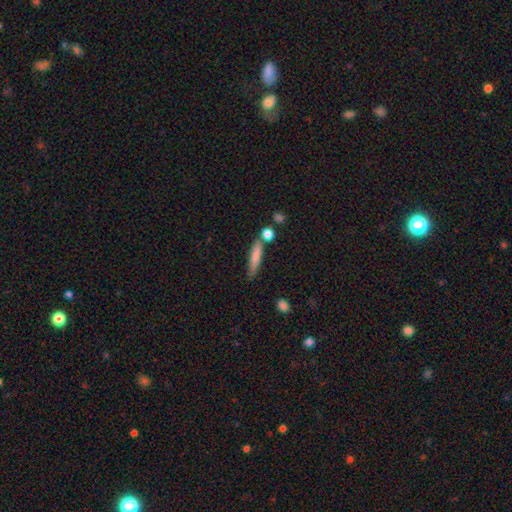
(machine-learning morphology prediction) Smooth or featured? Predicted: smooth (p=0.75). How rounded? Predicted: cigar-shaped (p=0.85). Merging? Predicted: none (p=0.66).